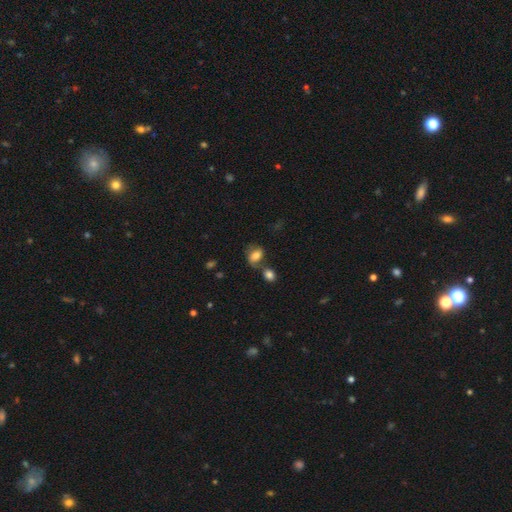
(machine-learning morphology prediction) Q: Smooth or featured?
A: smooth (69%); runner-up: featured or disk (20%)
Q: How rounded?
A: in between (72%); runner-up: round (26%)
Q: Merging?
A: none (44%); runner-up: merger (30%)